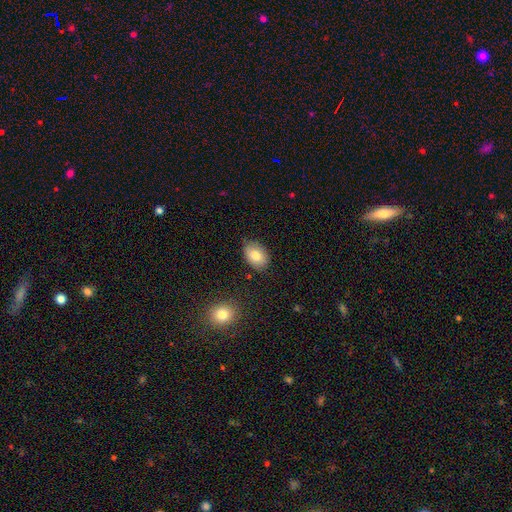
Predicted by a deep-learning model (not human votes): smooth 80%, featured or disk 12%, star or artifact 8%. Down the decision tree: how rounded — in between (81%); merging — none (83%).